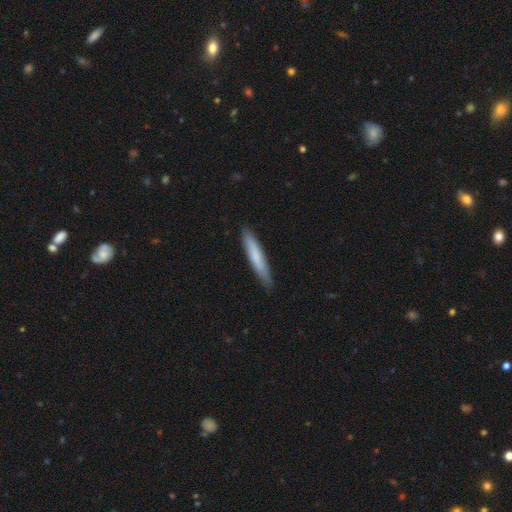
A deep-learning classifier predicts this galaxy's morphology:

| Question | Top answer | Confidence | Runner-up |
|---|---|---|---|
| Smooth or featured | smooth | 73% | featured or disk (21%) |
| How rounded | cigar-shaped | 93% | in between (6%) |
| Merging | none | 87% | minor disturbance (10%) |